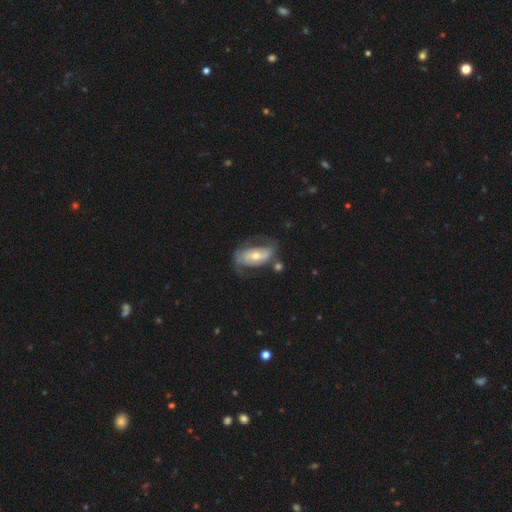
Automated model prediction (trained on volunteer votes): This appears to be a featured or disk galaxy (68%) with no bar (44%), spiral arms (77%) and a moderate central bulge (57%). Merging: none (48%).